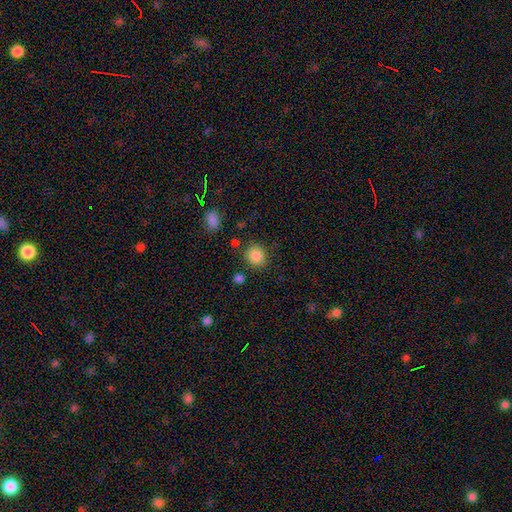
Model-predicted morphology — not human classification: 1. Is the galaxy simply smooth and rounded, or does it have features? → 86% smooth, 10% star or artifact, 4% featured or disk.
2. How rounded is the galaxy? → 85% round, 14% in between, 1% cigar-shaped.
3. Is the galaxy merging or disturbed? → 84% none, 8% minor disturbance, 4% merger, 3% major disturbance.